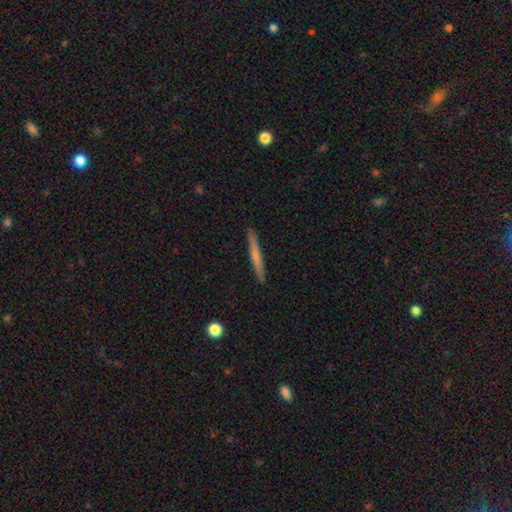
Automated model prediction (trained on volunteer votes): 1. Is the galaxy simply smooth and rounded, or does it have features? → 54% smooth, 40% featured or disk, 6% star or artifact.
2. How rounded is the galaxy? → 96% cigar-shaped, 2% in between, 1% round.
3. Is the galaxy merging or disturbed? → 92% none, 6% minor disturbance, 1% major disturbance, 1% merger.